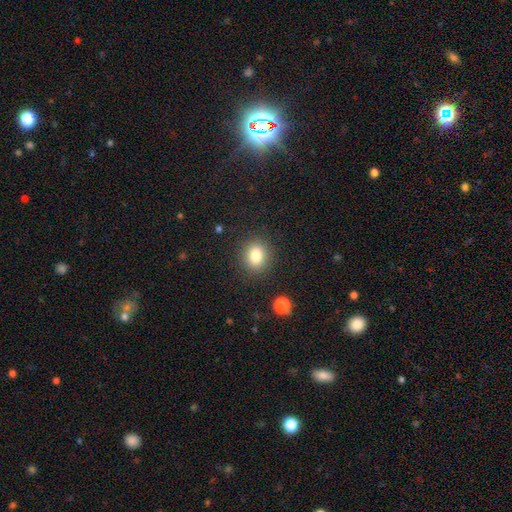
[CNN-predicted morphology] The model was most divided on "how rounded": round: 63%, in between: 36%, cigar-shaped: 1%. More confident: merging — none (87%); smooth or featured — smooth (82%).